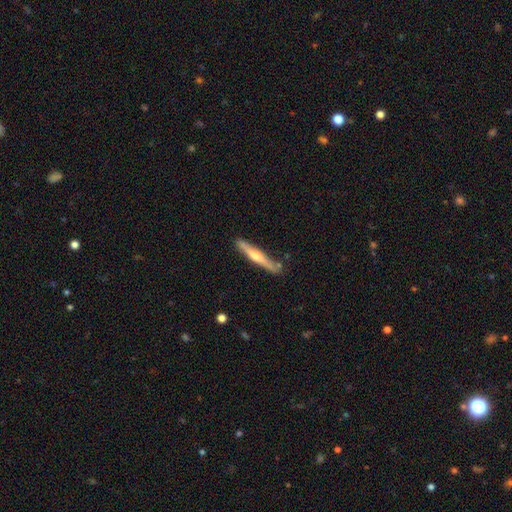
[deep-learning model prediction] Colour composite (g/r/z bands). It shows a featured or disk galaxy (60%) viewed edge-on (95%) with a rounded central bulge (81%). Merging: none (83%).